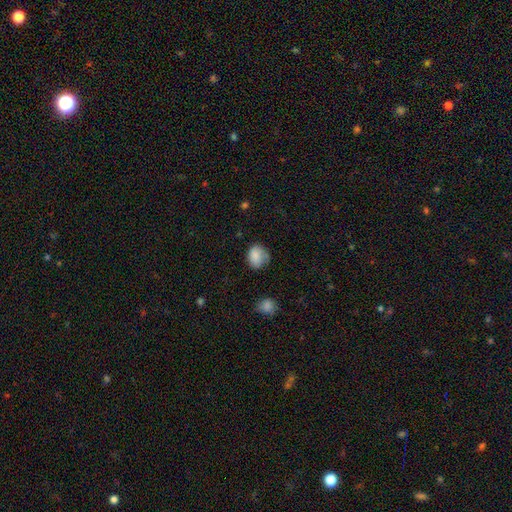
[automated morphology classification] Smooth or featured?
  - smooth: 80% *
  - featured or disk: 12%
  - star or artifact: 8%
How rounded?
  - round: 54% *
  - in between: 45%
  - cigar-shaped: 1%
Merging?
  - none: 53% *
  - minor disturbance: 32%
  - major disturbance: 13%
  - merger: 2%